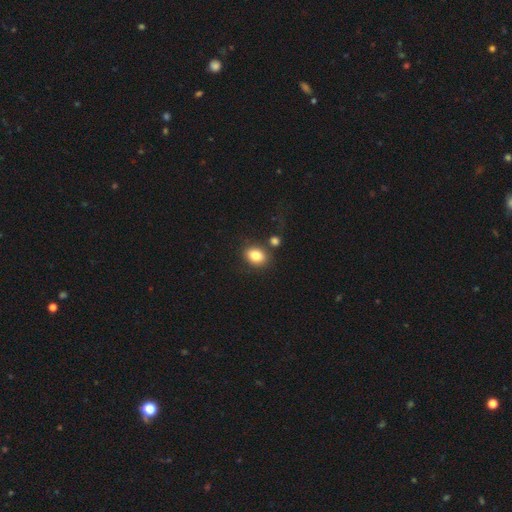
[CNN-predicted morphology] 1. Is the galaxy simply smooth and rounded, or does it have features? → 82% smooth, 10% star or artifact, 8% featured or disk.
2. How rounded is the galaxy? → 62% in between, 37% round, 1% cigar-shaped.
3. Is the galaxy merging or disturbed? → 73% none, 12% minor disturbance, 11% merger, 4% major disturbance.